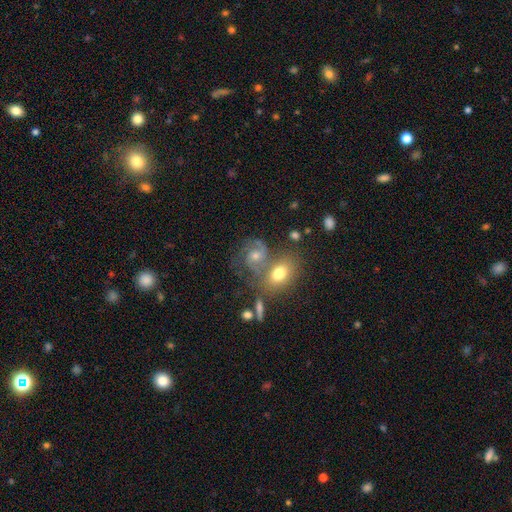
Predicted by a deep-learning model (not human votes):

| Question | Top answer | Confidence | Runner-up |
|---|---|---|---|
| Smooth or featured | featured or disk | 72% | smooth (17%) |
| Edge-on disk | no | 97% | yes (3%) |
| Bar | no | 63% | weak (30%) |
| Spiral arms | yes | 92% | no (8%) |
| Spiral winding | medium | 52% | tight (34%) |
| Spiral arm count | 2 | 75% | can't tell (10%) |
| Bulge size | moderate | 59% | small (29%) |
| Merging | none | 49% | merger (27%) |